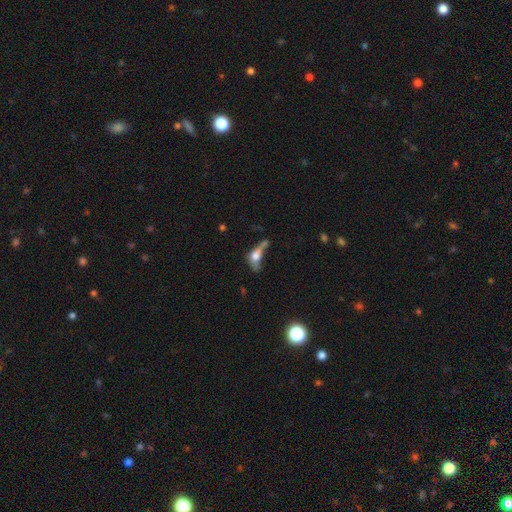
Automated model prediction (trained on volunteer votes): Q: Smooth or featured?
A: smooth (53%); runner-up: featured or disk (35%)
Q: How rounded?
A: in between (65%); runner-up: cigar-shaped (21%)
Q: Merging?
A: major disturbance (37%); runner-up: merger (27%)